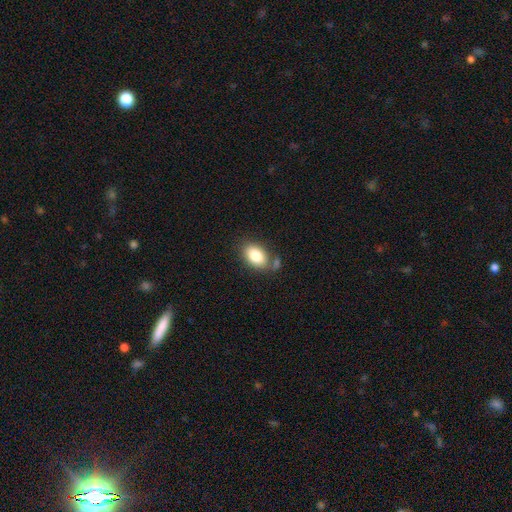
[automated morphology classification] This appears to be a smooth galaxy with no disk features (84%) that is in between round and cigar-shaped (88%). Merging: none (68%).